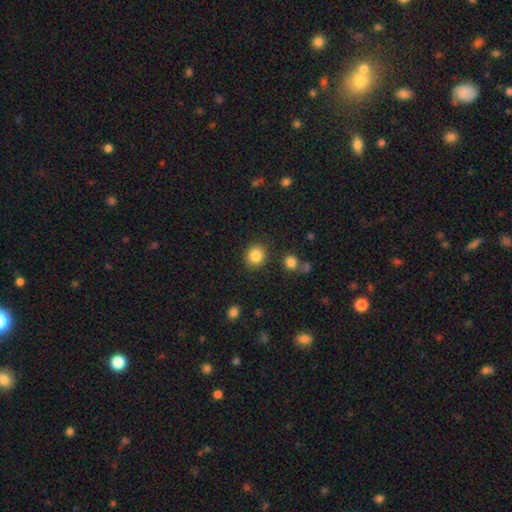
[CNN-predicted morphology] smooth_or_featured: smooth (p=0.85) [alt: star or artifact p=0.10]
how_rounded: round (p=0.80) [alt: in between p=0.20]
merging: none (p=0.87) [alt: minor disturbance p=0.08]